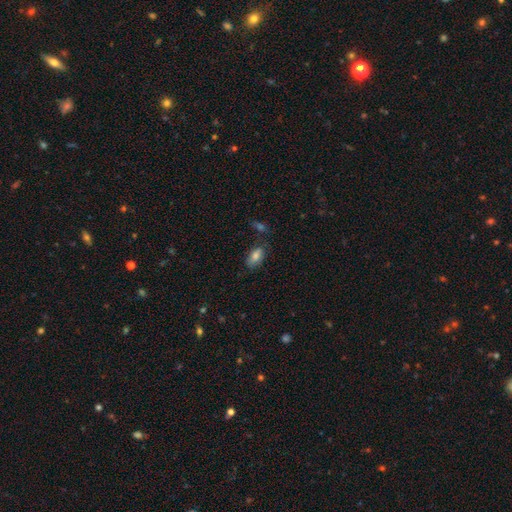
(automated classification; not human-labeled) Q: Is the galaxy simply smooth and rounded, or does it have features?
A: smooth — 80%.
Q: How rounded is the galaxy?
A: in between — 91%.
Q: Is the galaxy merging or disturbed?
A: none — 72%.